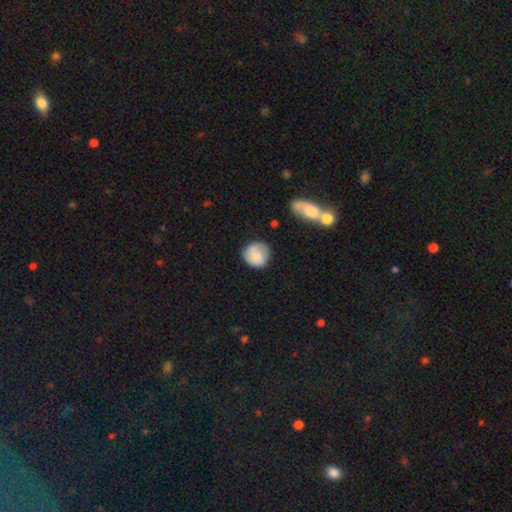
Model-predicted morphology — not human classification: smooth-or-featured: smooth: 76% | featured or disk: 17% | star or artifact: 7%
  how-rounded: round: 86% | in between: 13% | cigar-shaped: 1%
  merging: none: 71% | minor disturbance: 20% | major disturbance: 5% | merger: 3%